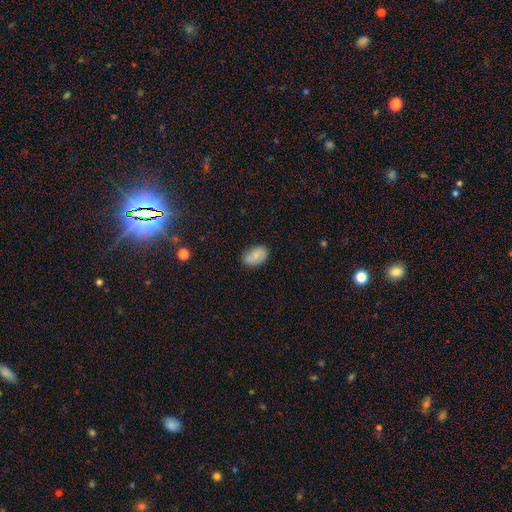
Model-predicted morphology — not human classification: Smooth or featured? Predicted: smooth (p=0.78). How rounded? Predicted: in between (p=0.90). Merging? Predicted: none (p=0.80).